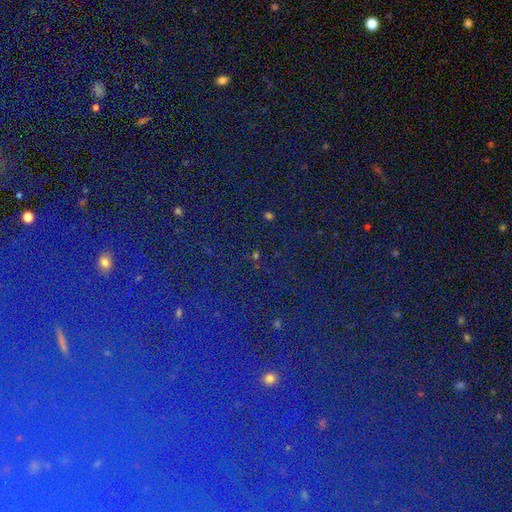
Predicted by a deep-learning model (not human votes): Q: Smooth or featured?
A: star or artifact (75%); runner-up: smooth (17%)